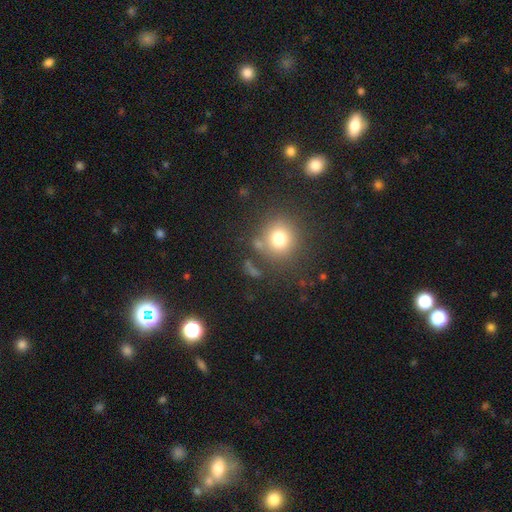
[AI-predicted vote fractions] Smooth or featured? smooth (55%)
How rounded? round (92%)
Merging? none (83%)